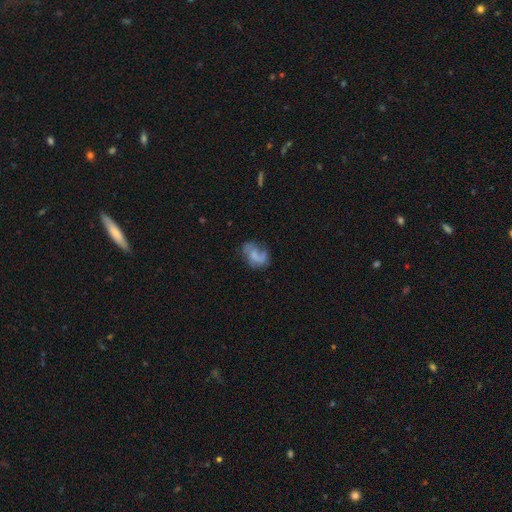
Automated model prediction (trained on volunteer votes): featured or disk 57%, smooth 33%, star or artifact 10%. Down the decision tree: edge-on disk — no (98%); bar — no (62%); spiral arms — yes (77%); bulge size — none (54%); merging — none (49%).